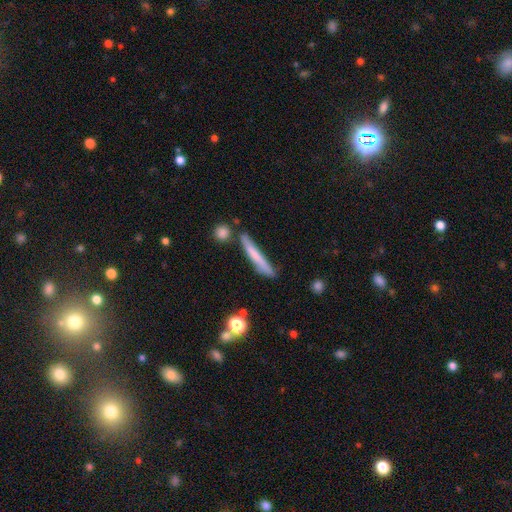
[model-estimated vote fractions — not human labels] This is likely a smooth galaxy (63%). How rounded: clearly cigar-shaped (94%). Merging: likely none (70%).